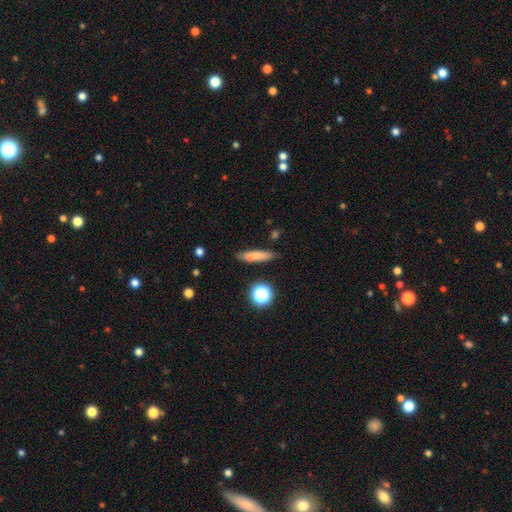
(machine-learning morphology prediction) This appears to be a smooth galaxy with no disk features (74%) that is cigar-shaped (76%). Merging: none (81%).